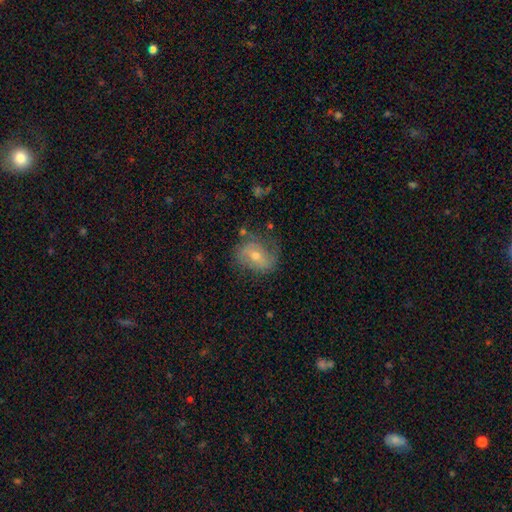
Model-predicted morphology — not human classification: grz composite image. It shows a featured or disk galaxy (57%) with no bar (46%), spiral arms (77%) and a moderate central bulge (55%). Merging: none (66%).